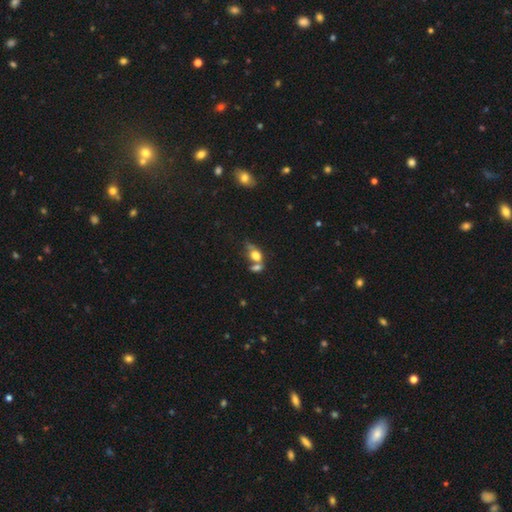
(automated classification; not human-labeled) This appears to be a smooth galaxy with no disk features (68%) that is in between round and cigar-shaped (69%). Merging: merger (50%).